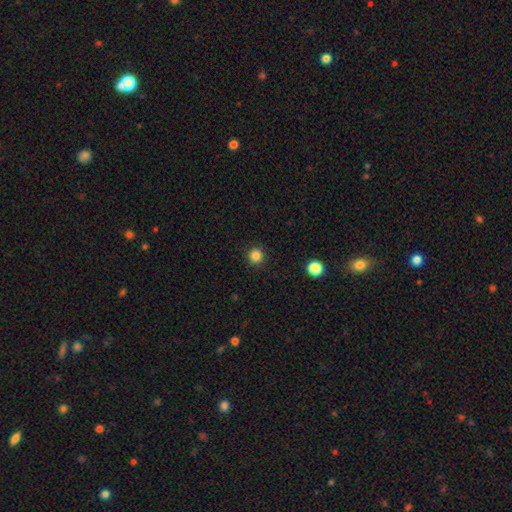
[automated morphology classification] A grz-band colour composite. It shows a smooth galaxy with no disk features (84%) that is round (95%). Merging: none (92%).